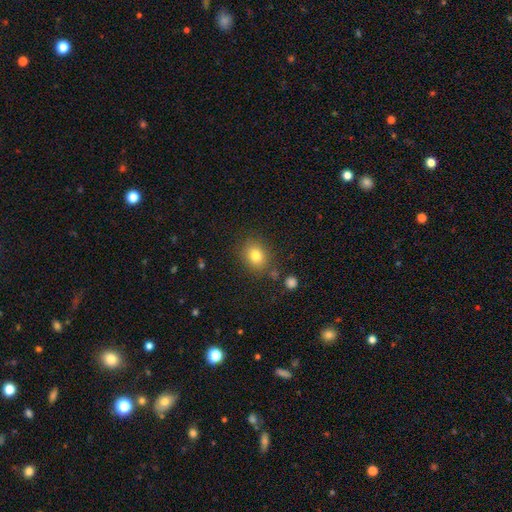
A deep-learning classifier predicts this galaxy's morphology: Smooth or featured?
  - smooth: 79% *
  - star or artifact: 12%
  - featured or disk: 9%
How rounded?
  - round: 61% *
  - in between: 39%
  - cigar-shaped: 1%
Merging?
  - none: 82% *
  - minor disturbance: 11%
  - merger: 4%
  - major disturbance: 4%